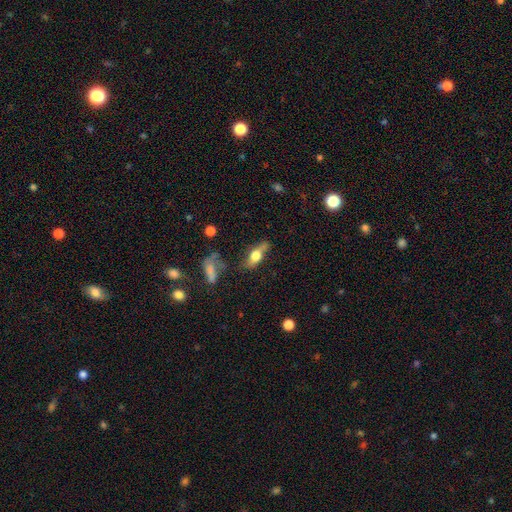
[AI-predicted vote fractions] smooth-or-featured: smooth: 51% | featured or disk: 41% | star or artifact: 8%
  how-rounded: in between: 61% | cigar-shaped: 32% | round: 7%
  merging: none: 57% | minor disturbance: 24% | major disturbance: 12% | merger: 8%